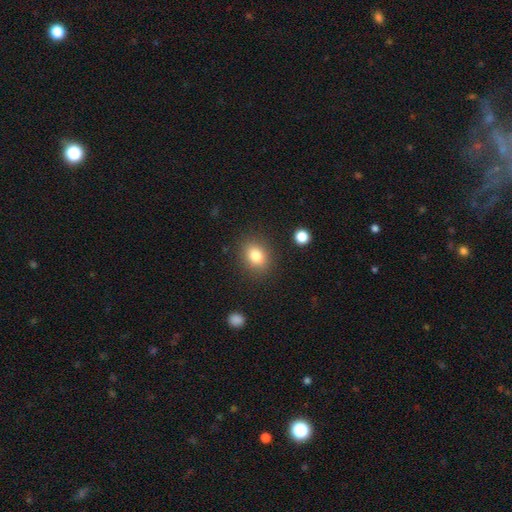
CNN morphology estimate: Smooth or featured? smooth (82%)
How rounded? in between (53%)
Merging? none (85%)